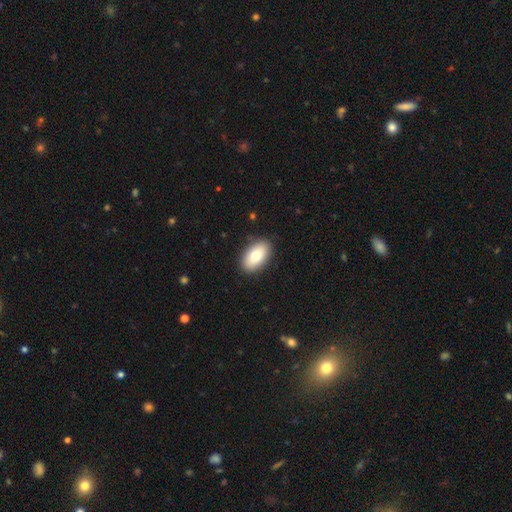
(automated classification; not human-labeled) A smooth galaxy with no disk features (79%) that is in between round and cigar-shaped (93%).

Vote fractions:
- Smooth or featured? smooth: 79% / featured or disk: 15% / star or artifact: 7%
- How rounded? in between: 93% / round: 5% / cigar-shaped: 2%
- Merging? none: 88% / minor disturbance: 8% / major disturbance: 2% / merger: 1%